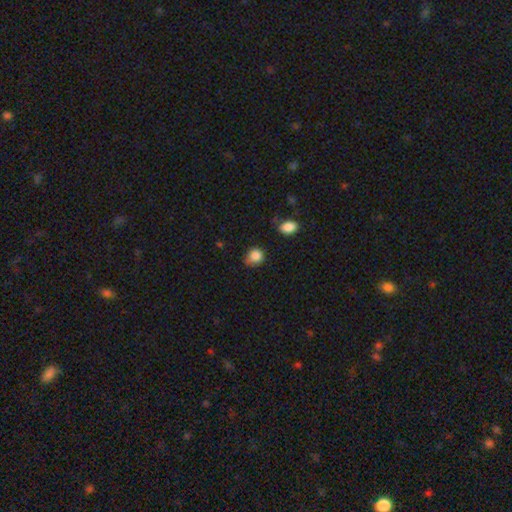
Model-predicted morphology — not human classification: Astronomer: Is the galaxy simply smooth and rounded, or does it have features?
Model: smooth — 84%.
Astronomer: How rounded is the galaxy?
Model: round — 80%.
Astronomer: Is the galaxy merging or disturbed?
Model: none — 56% (runner-up: minor disturbance, 32%).